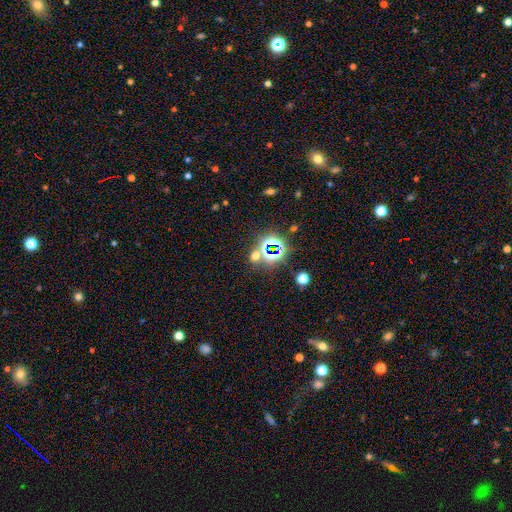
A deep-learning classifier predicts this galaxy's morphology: A star or artifact, not a galaxy (59%).